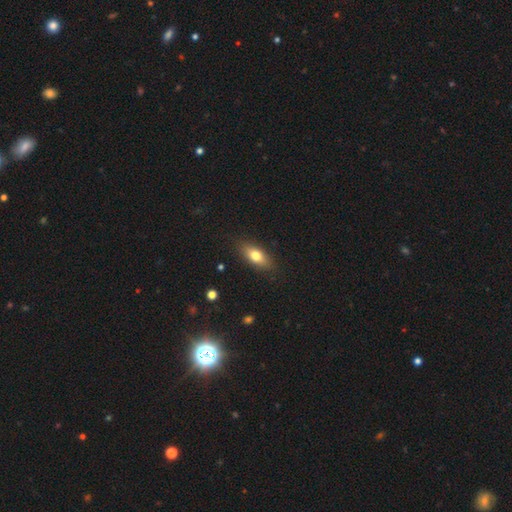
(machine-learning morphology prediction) smooth-or-featured: smooth: 71% | featured or disk: 21% | star or artifact: 8%
  how-rounded: in between: 75% | cigar-shaped: 20% | round: 5%
  merging: none: 86% | minor disturbance: 10% | major disturbance: 3% | merger: 1%